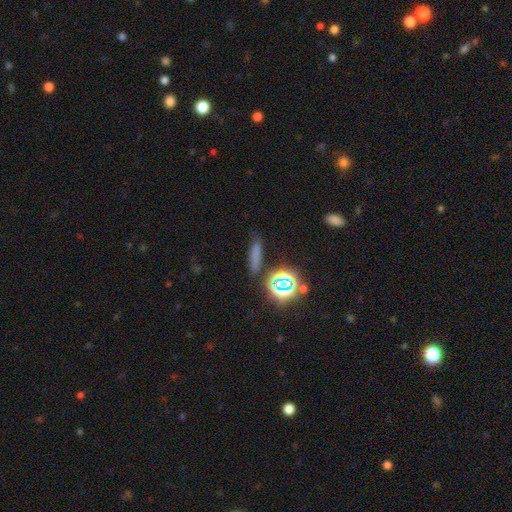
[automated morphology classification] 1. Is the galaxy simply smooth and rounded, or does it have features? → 62% smooth, 26% star or artifact, 12% featured or disk.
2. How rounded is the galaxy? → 70% cigar-shaped, 22% in between, 8% round.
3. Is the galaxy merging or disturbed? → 75% none, 15% minor disturbance, 5% major disturbance, 5% merger.